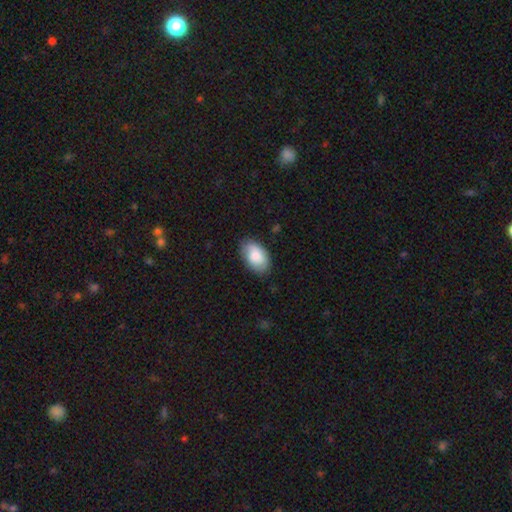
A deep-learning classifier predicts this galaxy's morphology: A smooth galaxy with no disk features (83%) that is in between round and cigar-shaped (93%). Merging: none (79%).